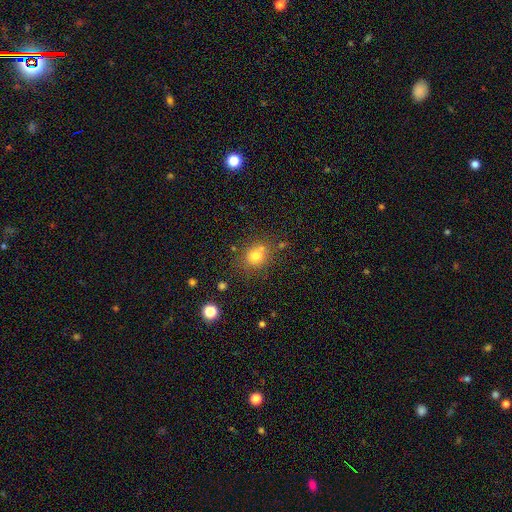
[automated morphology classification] Smooth or featured: smooth — 76% (star or artifact — 14%)
How rounded: round — 75% (in between — 24%)
Merging: none — 64% (merger — 17%)